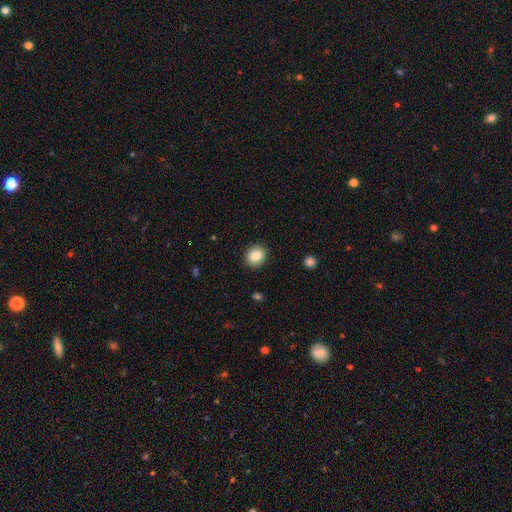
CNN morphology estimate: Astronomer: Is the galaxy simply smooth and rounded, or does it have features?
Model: smooth — 84%.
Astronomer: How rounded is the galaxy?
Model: round — 75%.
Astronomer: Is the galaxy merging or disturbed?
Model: none — 90%.